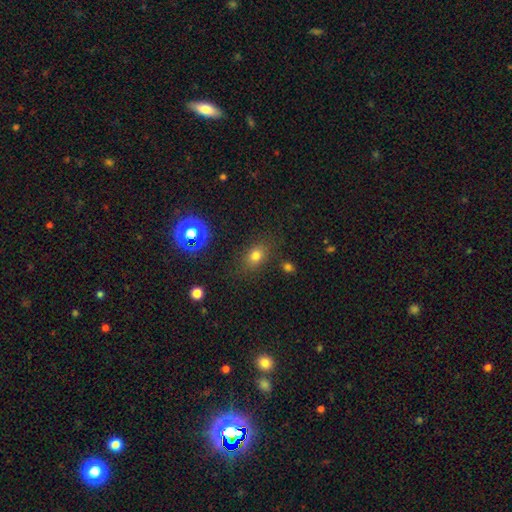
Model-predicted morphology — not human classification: Smooth or featured?
  - smooth: 74% *
  - star or artifact: 18%
  - featured or disk: 9%
How rounded?
  - in between: 61% *
  - round: 38%
  - cigar-shaped: 2%
Merging?
  - none: 80% *
  - minor disturbance: 13%
  - major disturbance: 5%
  - merger: 3%